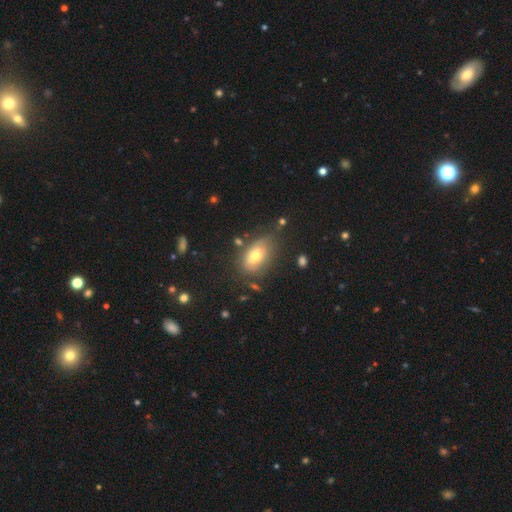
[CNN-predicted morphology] smooth-or-featured: smooth: 63% | featured or disk: 27% | star or artifact: 10%
  how-rounded: in between: 89% | round: 8% | cigar-shaped: 4%
  merging: none: 65% | minor disturbance: 23% | major disturbance: 8% | merger: 5%